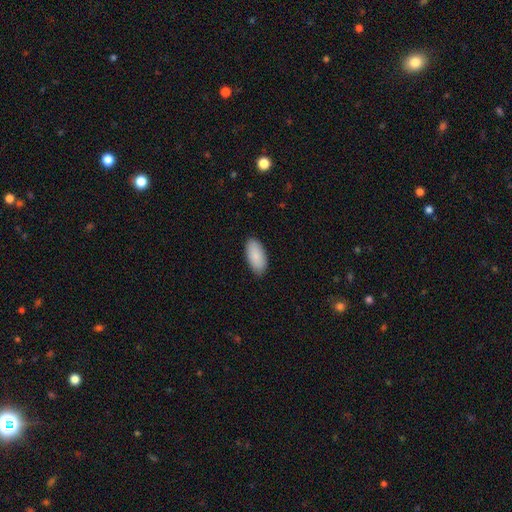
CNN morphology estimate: Smooth or featured? smooth (88%)
How rounded? in between (94%)
Merging? none (88%)